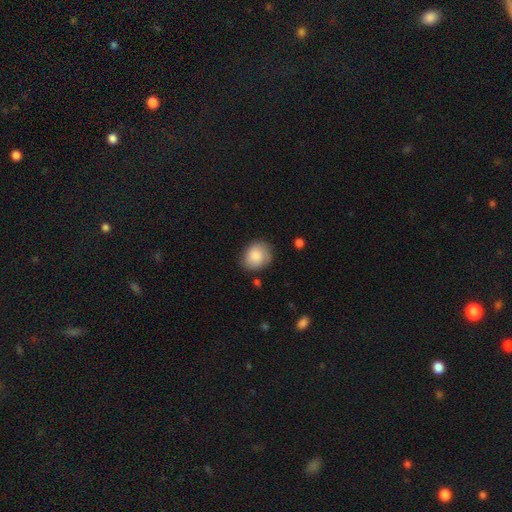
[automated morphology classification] A smooth galaxy with no disk features (83%) that is round (63%).

Vote fractions:
- Smooth or featured? smooth: 83% / featured or disk: 11% / star or artifact: 7%
- How rounded? round: 63% / in between: 36% / cigar-shaped: 1%
- Merging? none: 70% / minor disturbance: 23% / major disturbance: 5% / merger: 2%